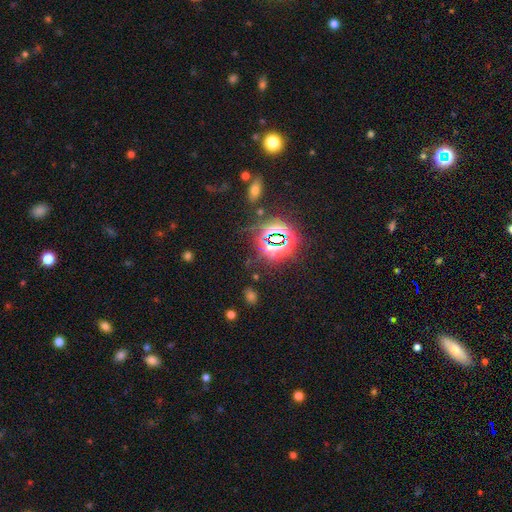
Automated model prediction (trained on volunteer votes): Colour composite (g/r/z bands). It shows a star or artifact, not a galaxy (81%).